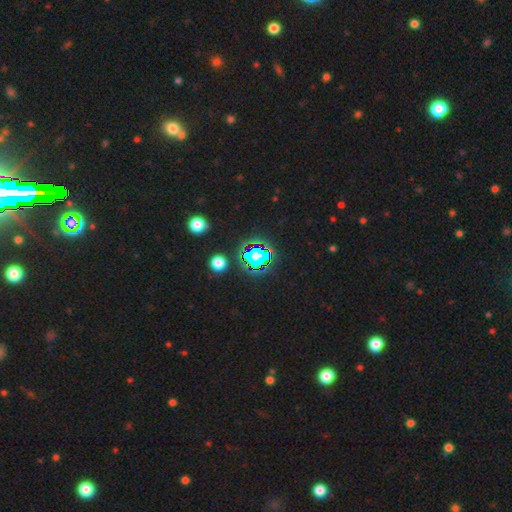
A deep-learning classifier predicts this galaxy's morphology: A star or artifact, not a galaxy (64%).

Vote fractions:
- Smooth or featured? star or artifact: 64% / smooth: 23% / featured or disk: 12%